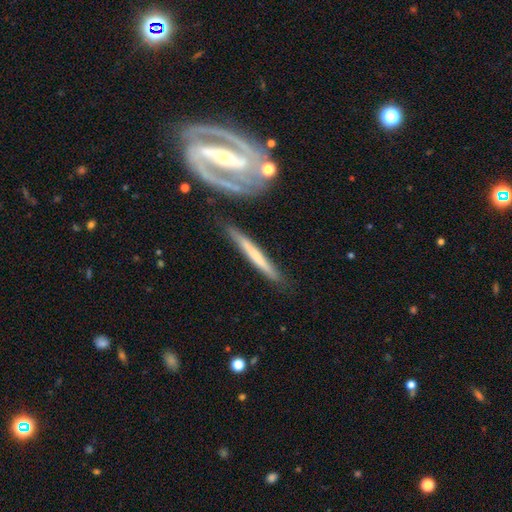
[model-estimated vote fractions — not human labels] Morphology: type=smooth (48%); merging=none (80%).